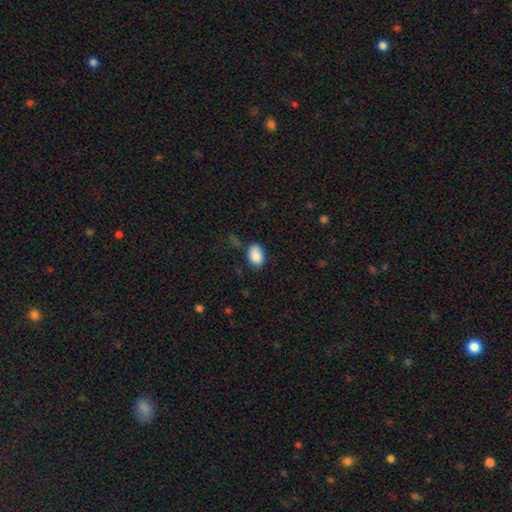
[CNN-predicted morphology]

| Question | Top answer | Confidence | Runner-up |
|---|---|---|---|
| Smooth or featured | smooth | 87% | star or artifact (8%) |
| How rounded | in between | 84% | round (15%) |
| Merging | none | 67% | minor disturbance (25%) |